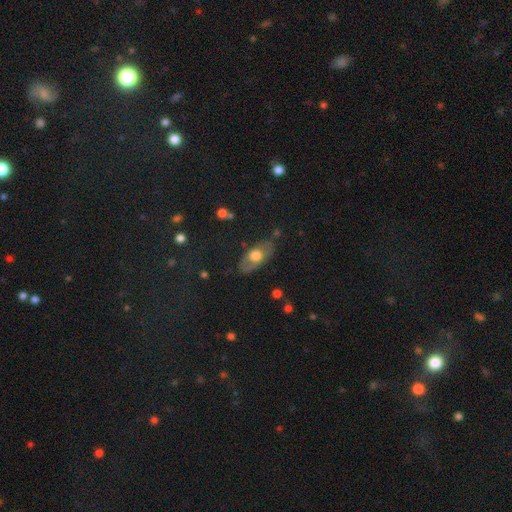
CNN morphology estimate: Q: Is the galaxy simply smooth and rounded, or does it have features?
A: smooth — 53%.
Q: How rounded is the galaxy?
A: in between — 86%.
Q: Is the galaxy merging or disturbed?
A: none — 74%.